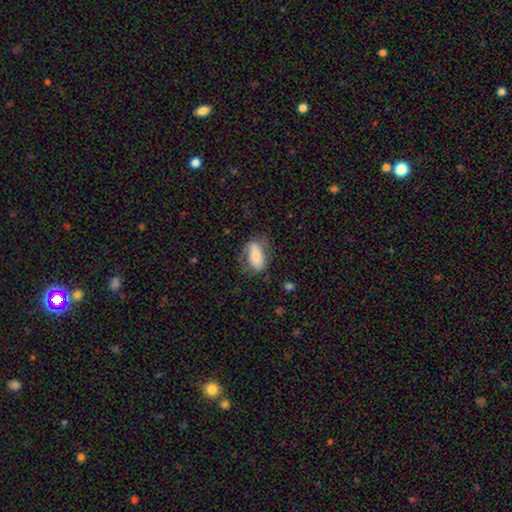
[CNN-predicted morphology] This appears to be a smooth galaxy with no disk features (54%) that is in between round and cigar-shaped (83%). Merging: none (58%).